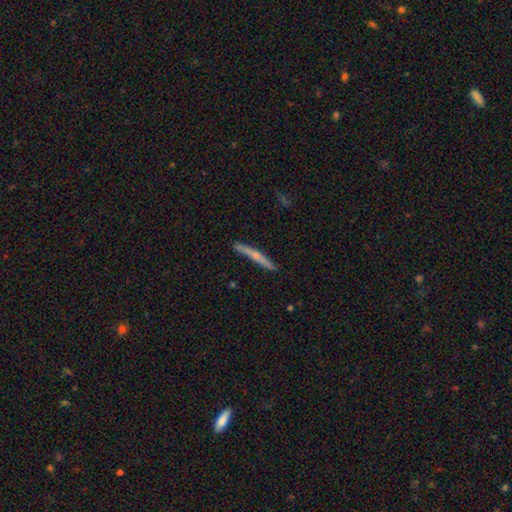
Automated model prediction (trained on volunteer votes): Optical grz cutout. It shows a featured or disk galaxy (52%) viewed edge-on (95%). Merging: none (85%).